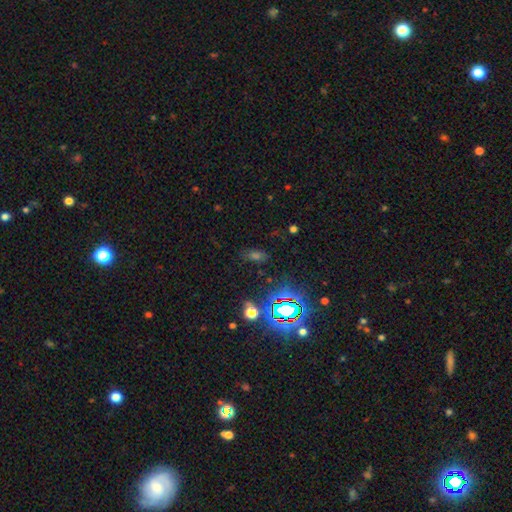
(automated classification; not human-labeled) Morphology: type=star or artifact (53%).